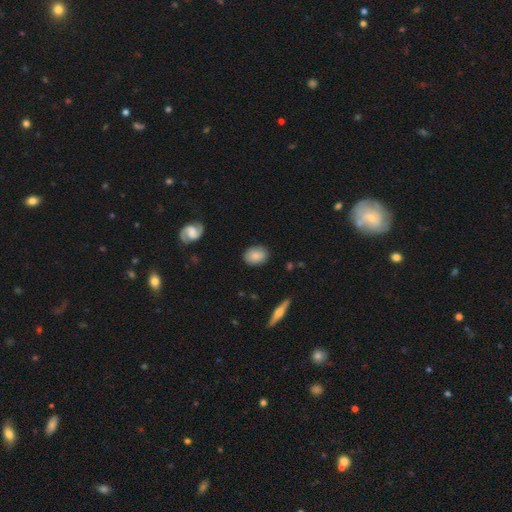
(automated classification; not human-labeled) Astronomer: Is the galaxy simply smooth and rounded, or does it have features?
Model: smooth — 82%.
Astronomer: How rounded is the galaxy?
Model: in between — 62%.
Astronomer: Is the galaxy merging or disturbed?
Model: none — 85%.